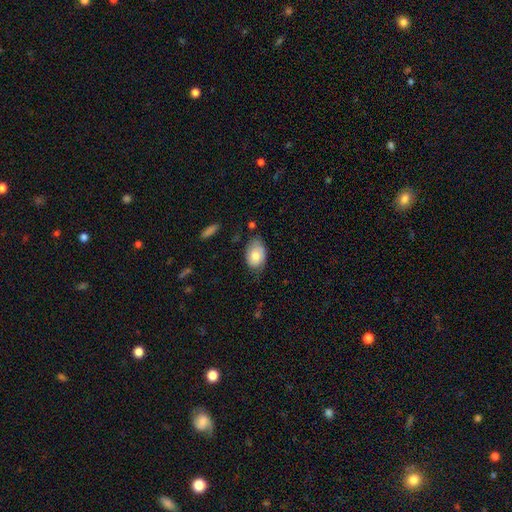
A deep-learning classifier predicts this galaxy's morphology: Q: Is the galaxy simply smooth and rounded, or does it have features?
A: smooth — 75%.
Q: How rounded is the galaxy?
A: in between — 87%.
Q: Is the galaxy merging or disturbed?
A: none — 59%.